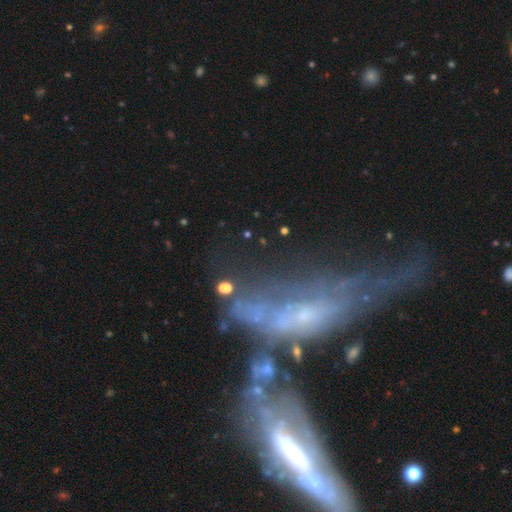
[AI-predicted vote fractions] A featured or disk galaxy (62%).

Vote fractions:
- Smooth or featured? featured or disk: 62% / smooth: 21% / star or artifact: 18%
- Edge-on disk? no: 70% / yes: 30%
- Merging? merger: 40% / major disturbance: 27% / none: 19% / minor disturbance: 13%